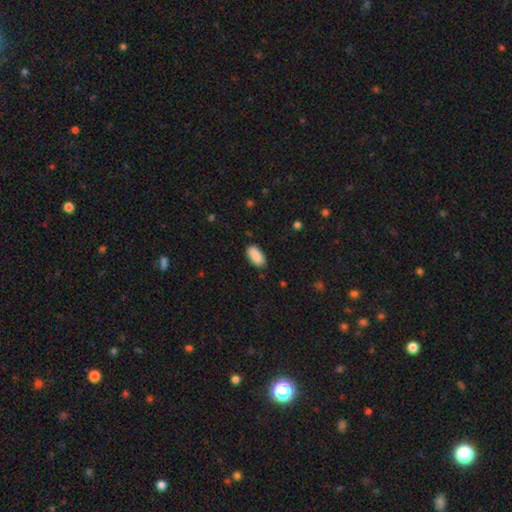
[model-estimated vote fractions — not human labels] A smooth galaxy with no disk features (90%) that is in between round and cigar-shaped (93%). Merging: none (86%).